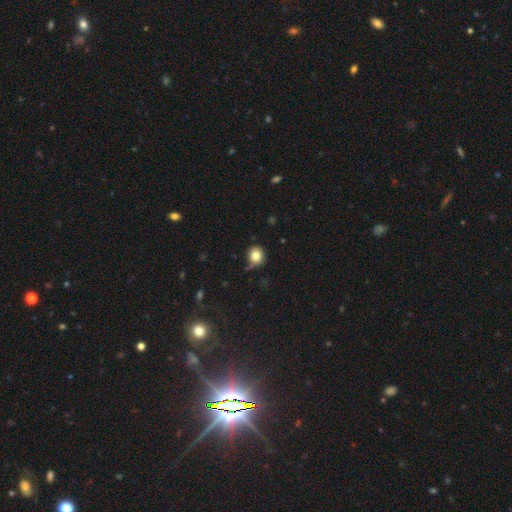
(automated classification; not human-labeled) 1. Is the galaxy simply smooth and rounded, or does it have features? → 83% smooth, 11% star or artifact, 7% featured or disk.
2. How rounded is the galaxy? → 85% round, 14% in between, 1% cigar-shaped.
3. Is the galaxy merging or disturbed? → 73% none, 20% minor disturbance, 4% major disturbance, 3% merger.